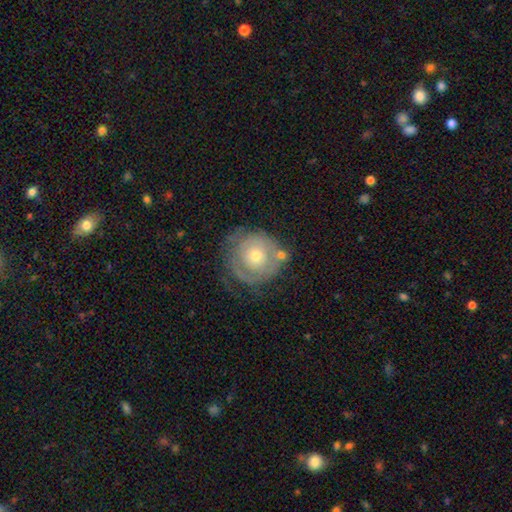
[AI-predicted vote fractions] Smooth or featured? Predicted: featured or disk (p=0.57). Edge-on disk? Predicted: no (p=0.97). Bar? Predicted: no (p=0.89). Spiral arms? Predicted: yes (p=0.51). Bulge size? Predicted: small (p=0.48). Merging? Predicted: none (p=0.61).